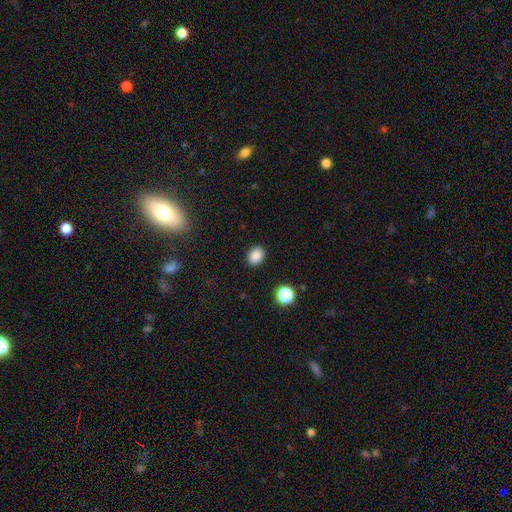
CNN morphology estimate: type=smooth (86%); roundness=in between (60%); merging=none (89%).